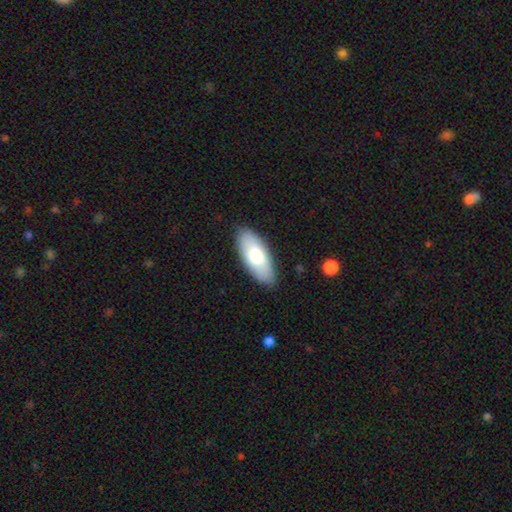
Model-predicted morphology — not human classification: A smooth galaxy with no disk features (77%) that is in between round and cigar-shaped (84%).

Vote fractions:
- Smooth or featured? smooth: 77% / featured or disk: 18% / star or artifact: 5%
- How rounded? in between: 84% / cigar-shaped: 14% / round: 2%
- Merging? none: 86% / minor disturbance: 10% / major disturbance: 2% / merger: 1%